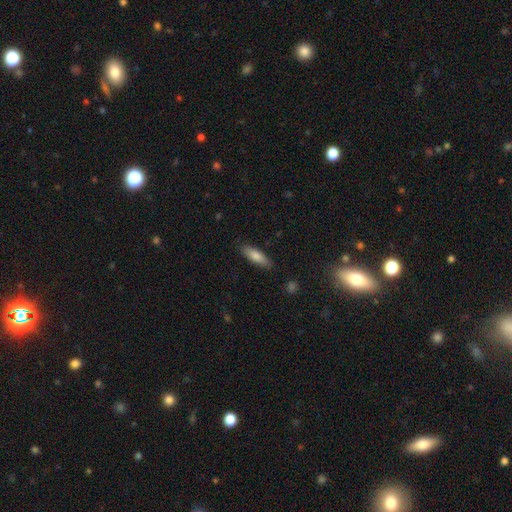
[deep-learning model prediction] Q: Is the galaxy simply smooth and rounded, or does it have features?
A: smooth — 78%.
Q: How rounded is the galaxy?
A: cigar-shaped — 54%.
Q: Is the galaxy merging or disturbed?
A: none — 86%.